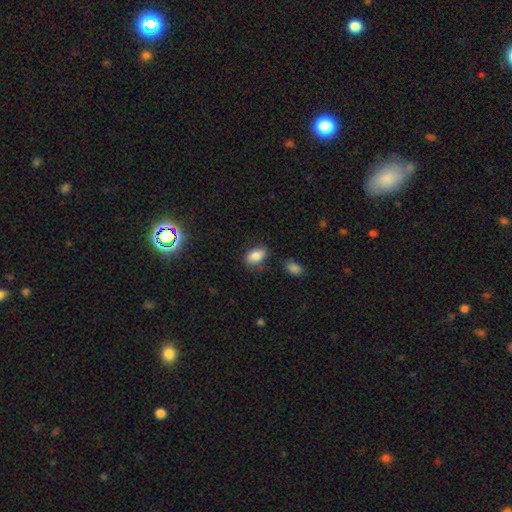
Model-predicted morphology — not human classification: type=smooth (84%); roundness=in between (89%); merging=none (70%).